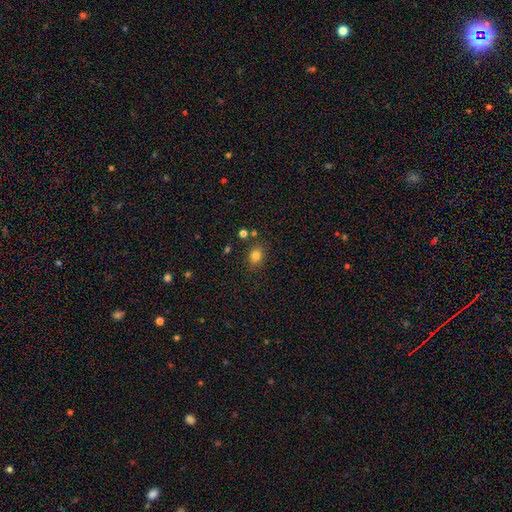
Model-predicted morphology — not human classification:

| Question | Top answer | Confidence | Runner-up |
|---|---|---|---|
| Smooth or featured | smooth | 81% | star or artifact (13%) |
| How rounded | round | 57% | in between (42%) |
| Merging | none | 82% | minor disturbance (11%) |